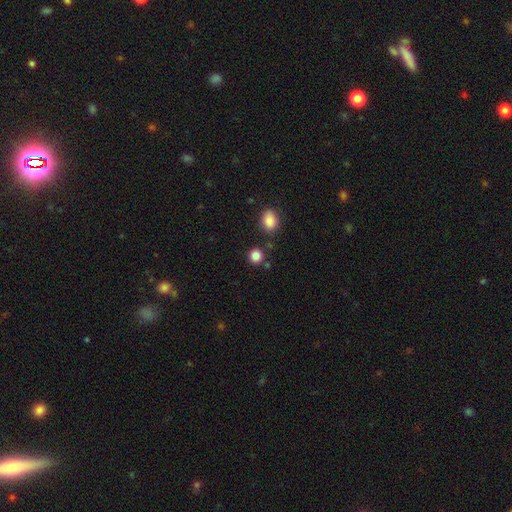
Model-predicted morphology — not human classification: Overall: smooth (85%). How rounded: round (88%). Merging: none (82%).